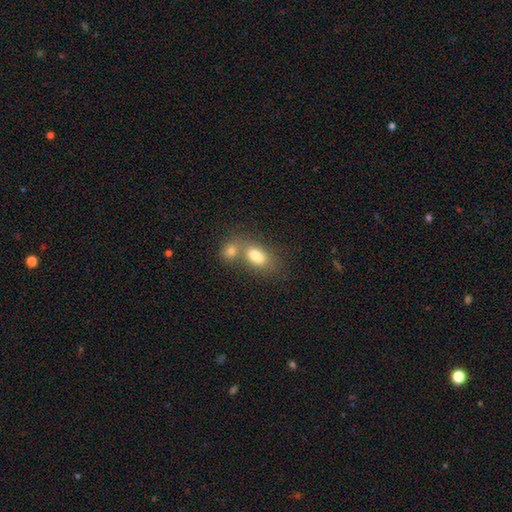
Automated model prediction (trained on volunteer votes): This appears to be a smooth galaxy with no disk features (77%) that is in between round and cigar-shaped (83%). Merging: merger (54%).